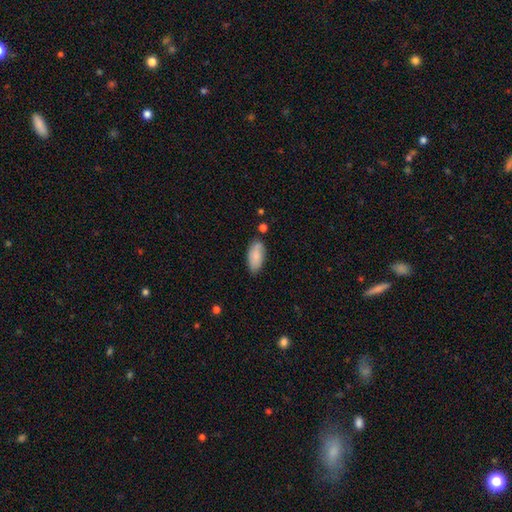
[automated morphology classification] Smooth or featured? smooth (82%)
How rounded? in between (91%)
Merging? none (76%)